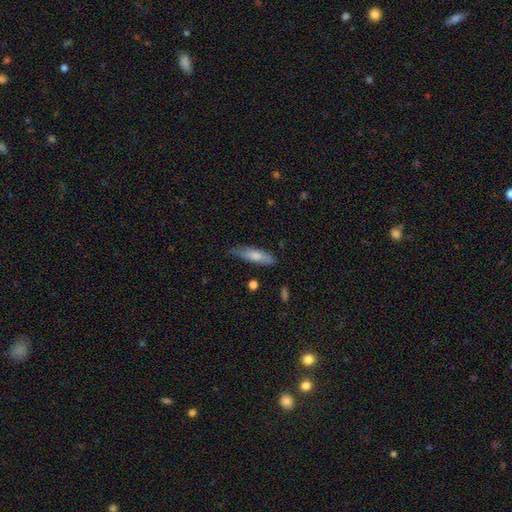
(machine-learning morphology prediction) This appears to be a smooth galaxy with no disk features (74%) that is cigar-shaped (56%). Merging: none (65%).